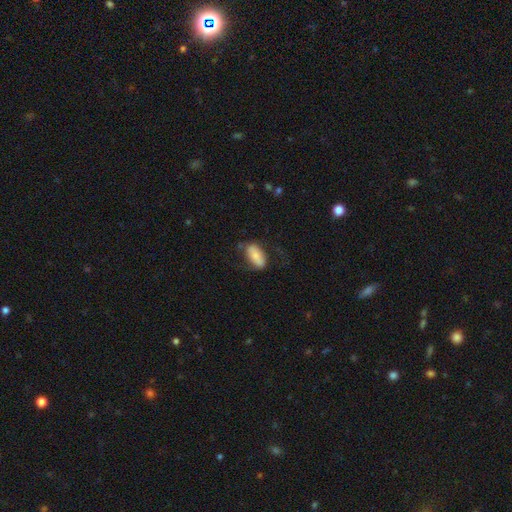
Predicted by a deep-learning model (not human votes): Morphology: type=smooth (72%); roundness=in between (91%); merging=none (60%).